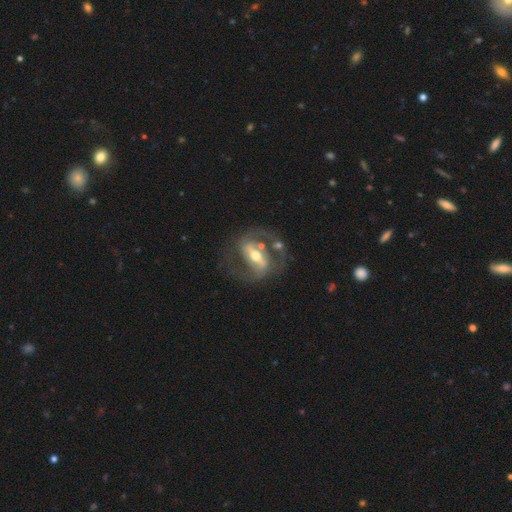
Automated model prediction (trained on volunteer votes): The model was most divided on "spiral winding": medium: 54%, loose: 25%, tight: 21%. More confident: edge-on disk — no (95%); spiral arm count — 2 (88%); spiral arms — yes (87%); smooth or featured — featured or disk (86%); bulge size — moderate (69%); bar — strong (65%); merging — none (60%).